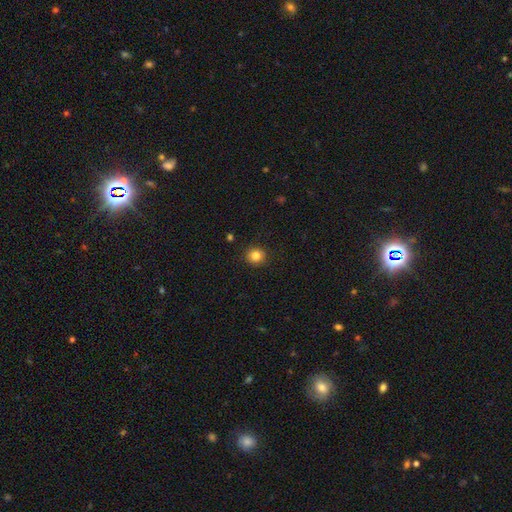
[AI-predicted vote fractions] Q: Smooth or featured?
A: smooth (84%); runner-up: star or artifact (11%)
Q: How rounded?
A: round (91%); runner-up: in between (8%)
Q: Merging?
A: none (91%); runner-up: minor disturbance (6%)